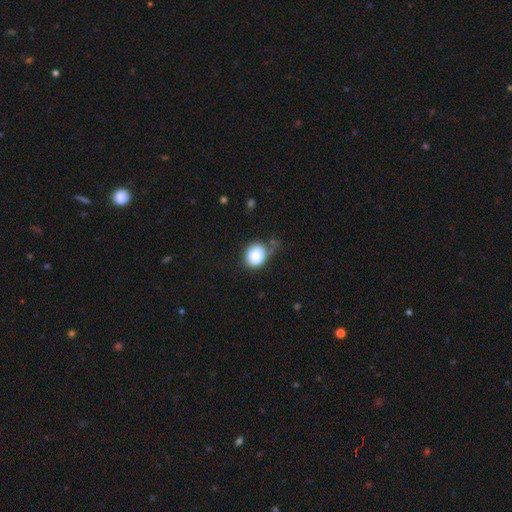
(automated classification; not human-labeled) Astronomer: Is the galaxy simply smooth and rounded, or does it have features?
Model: smooth — 85%.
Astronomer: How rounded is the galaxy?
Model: round — 66%.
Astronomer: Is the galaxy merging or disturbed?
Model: none — 49% (runner-up: minor disturbance, 32%).